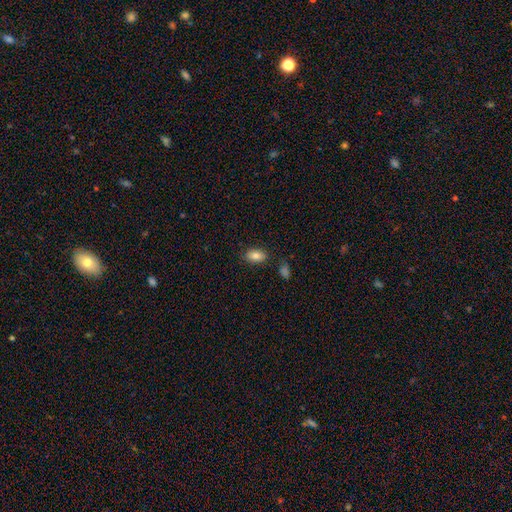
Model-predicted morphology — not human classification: This is clearly a smooth galaxy (83%). How rounded: clearly in between (90%). Merging: clearly none (82%).